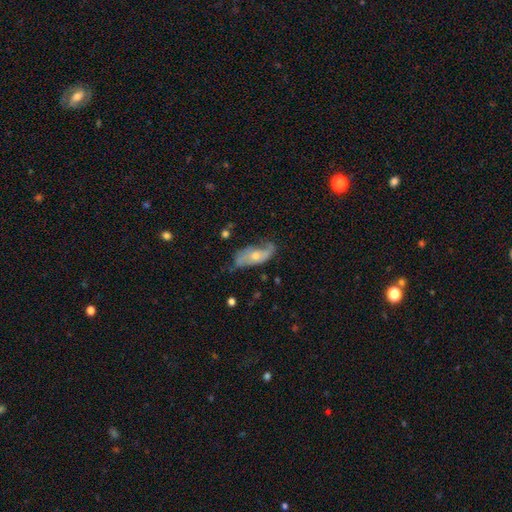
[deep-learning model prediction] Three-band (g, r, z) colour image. It shows a featured or disk galaxy (59%). Merging: none (54%).